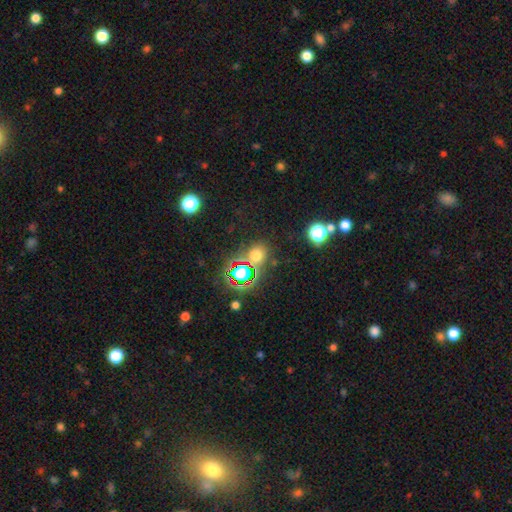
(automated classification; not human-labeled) smooth-or-featured: smooth: 58% | star or artifact: 34% | featured or disk: 8%
  how-rounded: round: 77% | in between: 21% | cigar-shaped: 1%
  merging: none: 72% | minor disturbance: 11% | merger: 11% | major disturbance: 6%